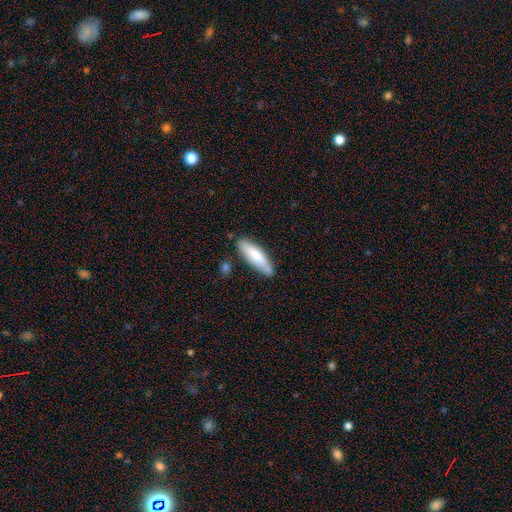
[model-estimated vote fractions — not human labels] smooth 76%, featured or disk 19%, star or artifact 5%. Down the decision tree: how rounded — cigar-shaped (58%); merging — none (77%).